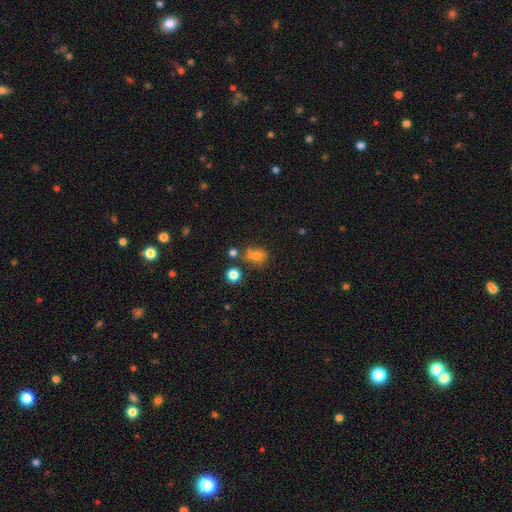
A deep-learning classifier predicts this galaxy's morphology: smooth 67%, star or artifact 18%, featured or disk 15%. Down the decision tree: how rounded — round (63%); merging — none (48%).